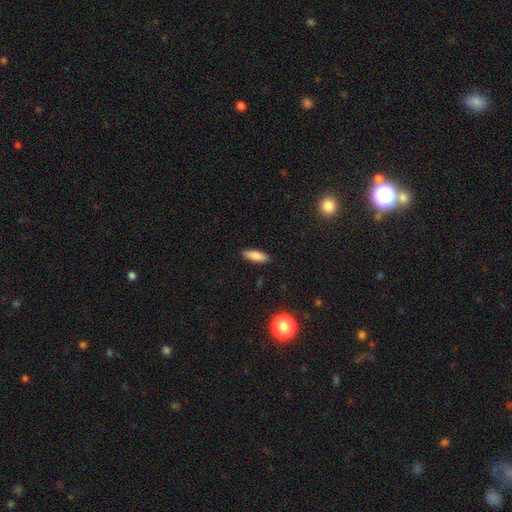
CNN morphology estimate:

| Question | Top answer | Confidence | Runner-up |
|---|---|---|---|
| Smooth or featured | smooth | 83% | featured or disk (10%) |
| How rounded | in between | 59% | cigar-shaped (39%) |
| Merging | none | 89% | minor disturbance (8%) |